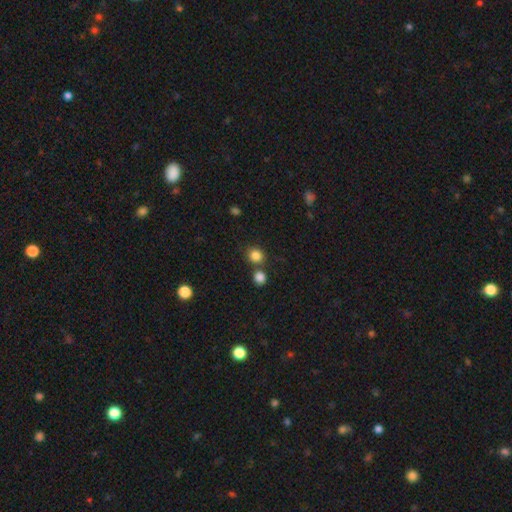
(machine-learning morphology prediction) Overall: smooth (84%). How rounded: round (80%). Merging: none (66%).